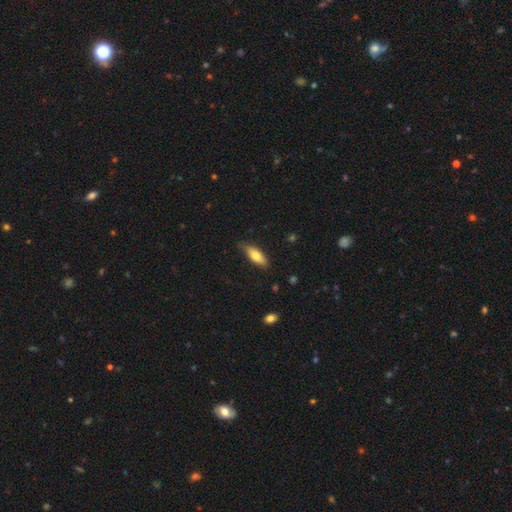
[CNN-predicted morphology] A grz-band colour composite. It shows a smooth galaxy with no disk features (71%) that is in between round and cigar-shaped (64%). Merging: none (74%).